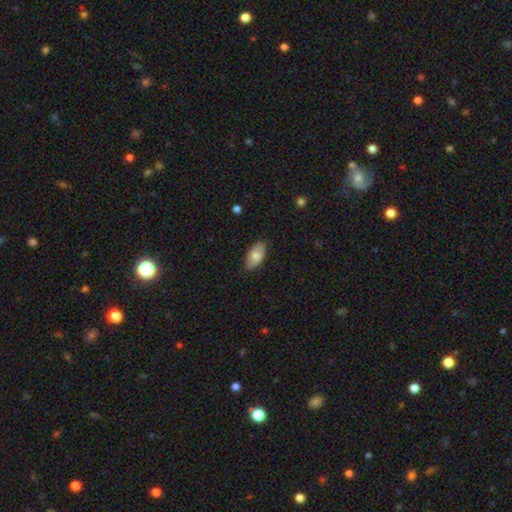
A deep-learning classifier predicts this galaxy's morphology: Q: Smooth or featured?
A: smooth (76%); runner-up: featured or disk (17%)
Q: How rounded?
A: in between (94%); runner-up: cigar-shaped (3%)
Q: Merging?
A: none (82%); runner-up: minor disturbance (15%)